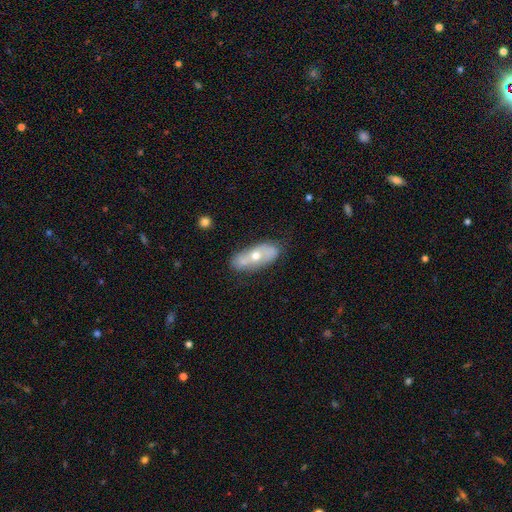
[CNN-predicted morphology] The model was most divided on "smooth or featured": featured or disk: 50%, smooth: 41%, star or artifact: 9%. More confident: merging — none (78%); edge-on disk — no (73%).